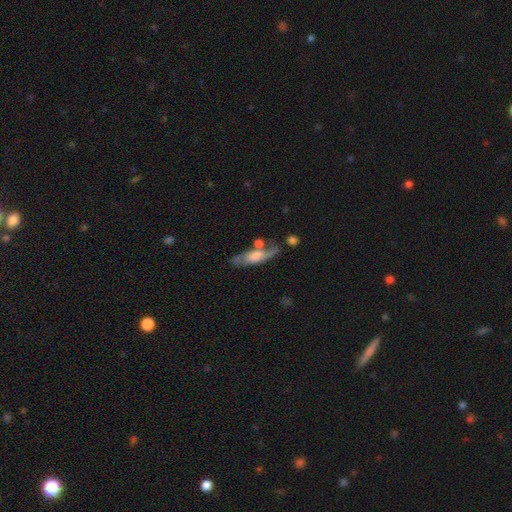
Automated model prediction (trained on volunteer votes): featured or disk 55%, smooth 39%, star or artifact 7%. Down the decision tree: edge-on disk — no (58%); merging — none (53%).